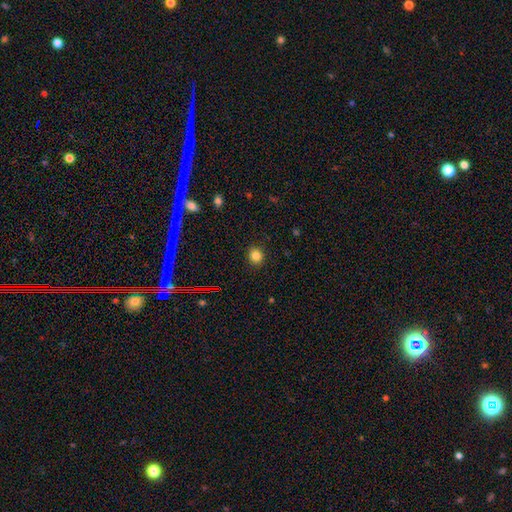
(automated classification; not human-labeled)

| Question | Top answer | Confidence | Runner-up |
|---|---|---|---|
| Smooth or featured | smooth | 82% | star or artifact (13%) |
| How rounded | round | 83% | in between (16%) |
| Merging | none | 89% | minor disturbance (8%) |